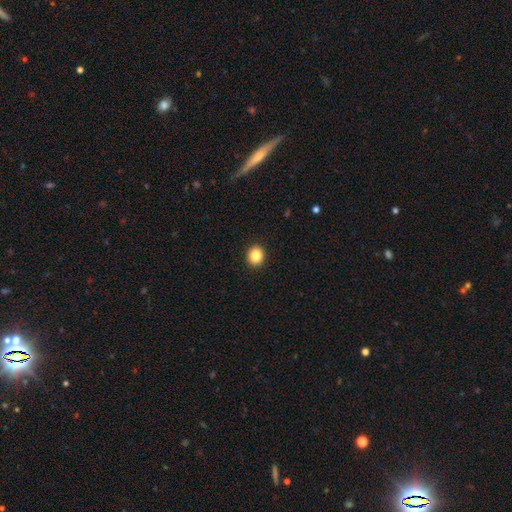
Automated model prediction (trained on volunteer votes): Overall: smooth (86%). How rounded: round (77%). Merging: none (93%).